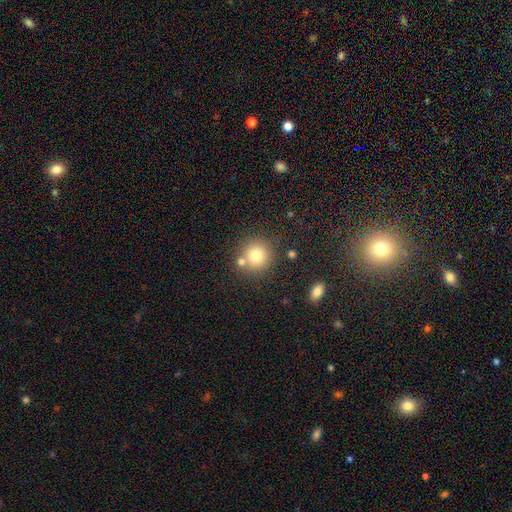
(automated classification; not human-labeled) A smooth galaxy with no disk features (77%) that is round (91%). Merging: none (71%).